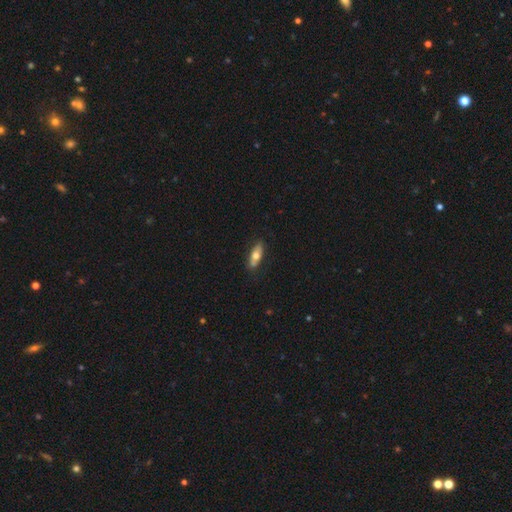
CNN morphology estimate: smooth 61%, featured or disk 33%, star or artifact 6%. Down the decision tree: how rounded — in between (70%); merging — none (82%).